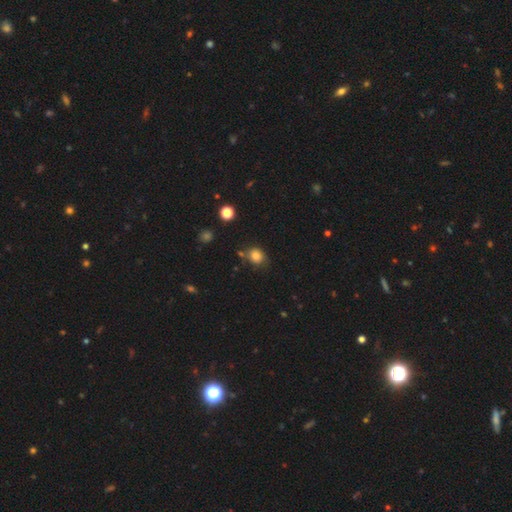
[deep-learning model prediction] Q: Smooth or featured?
A: smooth (81%); runner-up: star or artifact (12%)
Q: How rounded?
A: round (72%); runner-up: in between (27%)
Q: Merging?
A: none (71%); runner-up: minor disturbance (17%)